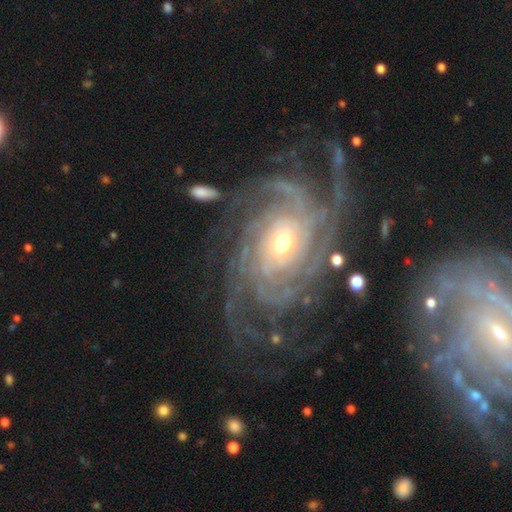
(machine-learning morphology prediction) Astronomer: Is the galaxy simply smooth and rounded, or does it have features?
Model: featured or disk — 92%.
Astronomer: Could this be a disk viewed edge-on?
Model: no — 97%.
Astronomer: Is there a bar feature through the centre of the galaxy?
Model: no — 68%.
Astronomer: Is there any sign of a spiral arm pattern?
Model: yes — 98%.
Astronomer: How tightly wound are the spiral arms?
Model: tight — 70%.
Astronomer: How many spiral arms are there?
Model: more than 4 — 28% (runner-up: 4, 25%).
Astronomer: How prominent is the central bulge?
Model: moderate — 58% (runner-up: small, 34%).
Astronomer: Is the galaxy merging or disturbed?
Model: none — 68%.